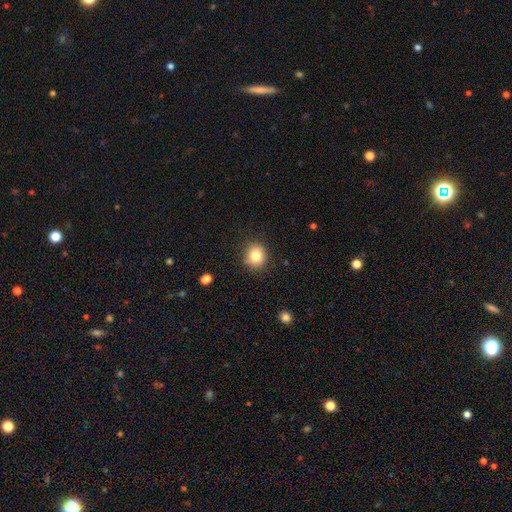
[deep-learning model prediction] smooth 81%, star or artifact 11%, featured or disk 8%. Down the decision tree: how rounded — round (86%); merging — none (86%).